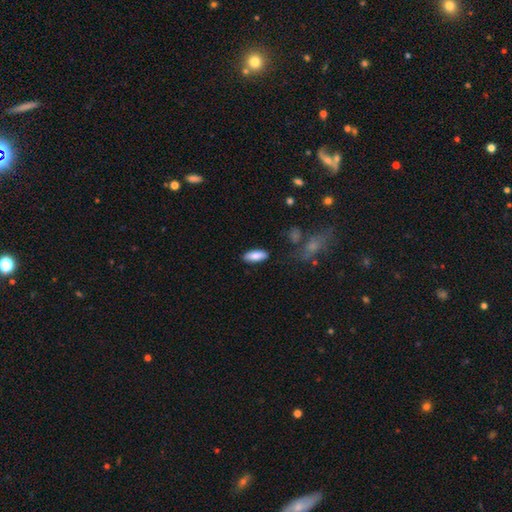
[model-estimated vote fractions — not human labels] Overall: smooth (84%). How rounded: in between (78%). Merging: none (85%).